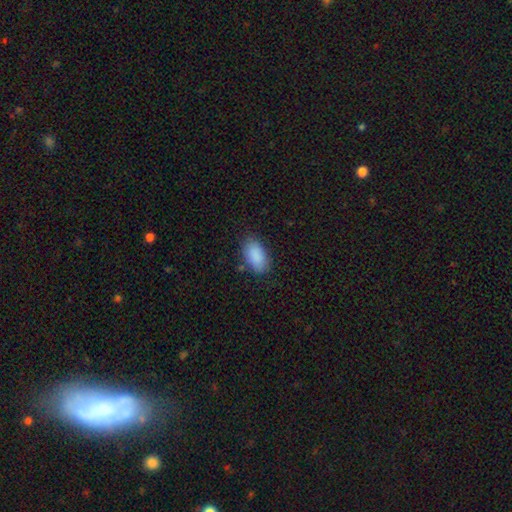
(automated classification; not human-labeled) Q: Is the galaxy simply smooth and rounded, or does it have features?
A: smooth — 89%.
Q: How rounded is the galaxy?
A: in between — 94%.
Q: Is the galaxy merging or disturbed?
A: none — 81%.